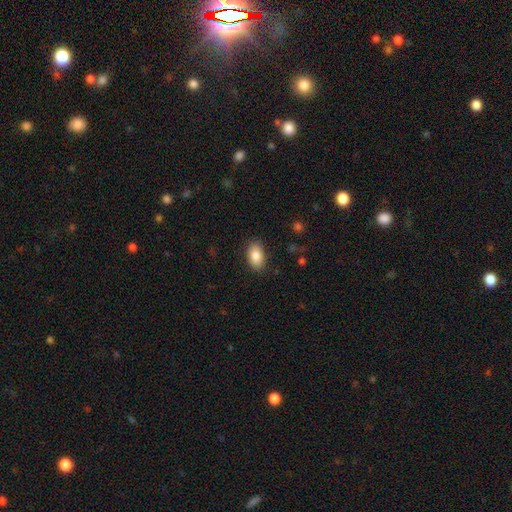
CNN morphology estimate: The model was most divided on "merging": none: 86%, minor disturbance: 10%, major disturbance: 3%, merger: 1%. More confident: how rounded — in between (91%); smooth or featured — smooth (85%).